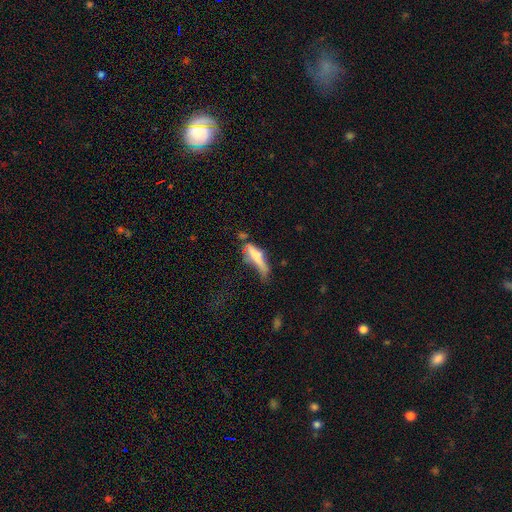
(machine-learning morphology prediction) A smooth galaxy with no disk features (57%) that is cigar-shaped (68%). Merging: major disturbance (32%).